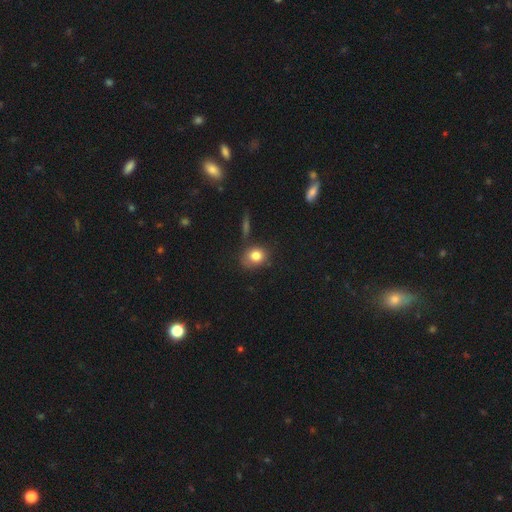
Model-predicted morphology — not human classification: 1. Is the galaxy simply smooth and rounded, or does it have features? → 81% smooth, 9% star or artifact, 9% featured or disk.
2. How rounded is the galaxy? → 56% round, 43% in between, 1% cigar-shaped.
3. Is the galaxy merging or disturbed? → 66% none, 20% minor disturbance, 8% merger, 7% major disturbance.